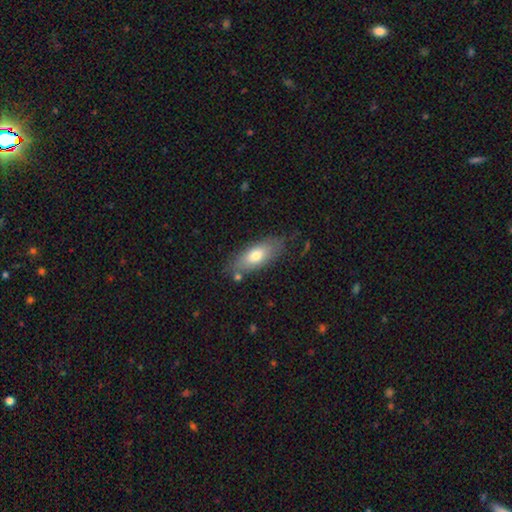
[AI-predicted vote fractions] The model was most divided on "smooth or featured": smooth: 71%, featured or disk: 23%, star or artifact: 7%. More confident: how rounded — in between (78%); merging — none (74%).